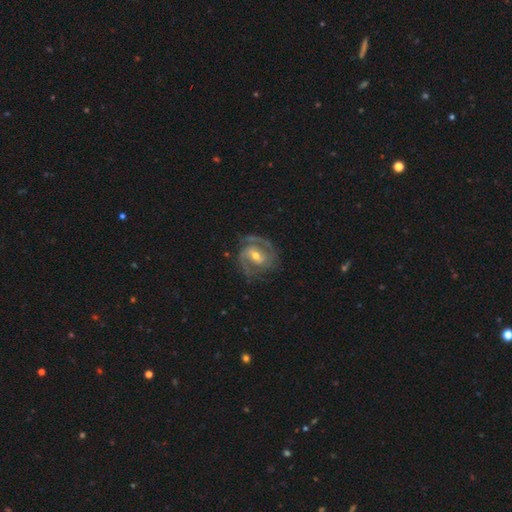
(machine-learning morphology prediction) Smooth or featured: featured or disk — 89% (smooth — 6%)
Edge-on disk: no — 97% (yes — 3%)
Bar: weak — 48% (strong — 28%)
Spiral arms: yes — 97% (no — 3%)
Spiral winding: medium — 46% (tight — 45%)
Spiral arm count: 2 — 77% (3 — 10%)
Bulge size: moderate — 59% (small — 36%)
Merging: none — 73% (minor disturbance — 17%)